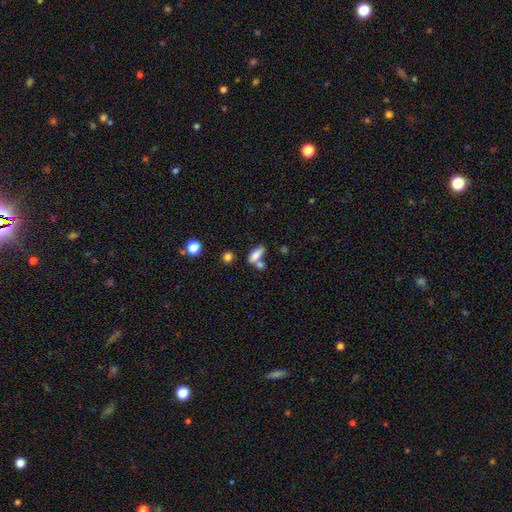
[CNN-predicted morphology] Smooth or featured?
  - smooth: 78% *
  - featured or disk: 13%
  - star or artifact: 9%
How rounded?
  - in between: 68% *
  - cigar-shaped: 27%
  - round: 5%
Merging?
  - none: 44% *
  - merger: 37%
  - minor disturbance: 13%
  - major disturbance: 6%